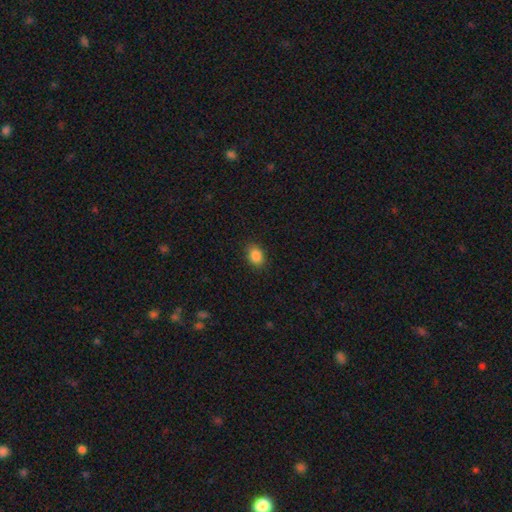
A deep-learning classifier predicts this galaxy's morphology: This is clearly a smooth galaxy (87%). How rounded: likely in between (70%). Merging: clearly none (86%).